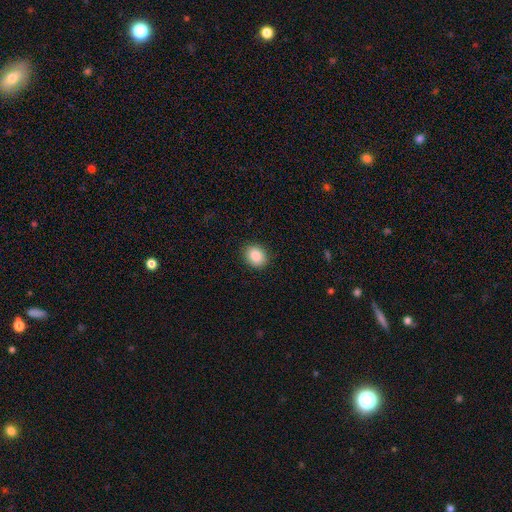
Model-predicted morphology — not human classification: Smooth or featured? Predicted: smooth (p=0.87). How rounded? Predicted: round (p=0.55). Merging? Predicted: none (p=0.88).